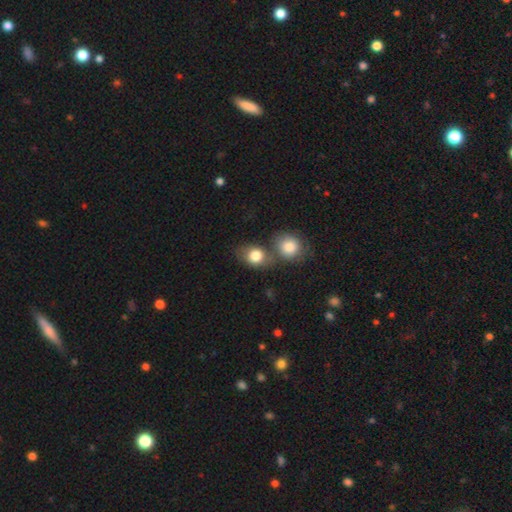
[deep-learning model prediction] smooth 81%, featured or disk 11%, star or artifact 8%. Down the decision tree: how rounded — in between (52%); merging — none (44%).